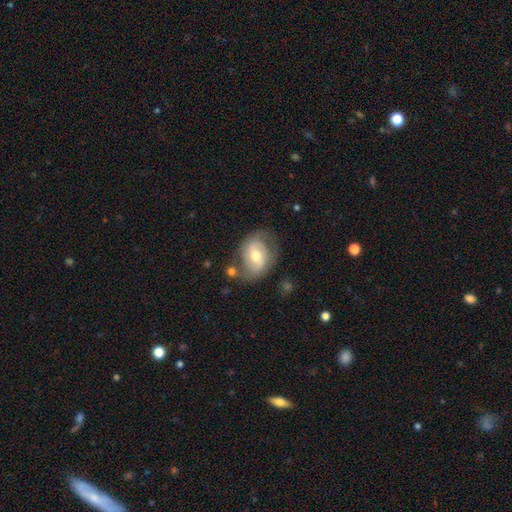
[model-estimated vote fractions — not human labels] Smooth or featured: featured or disk — 64% (smooth — 29%)
Edge-on disk: no — 96% (yes — 4%)
Bar: weak — 46% (no — 30%)
Spiral arms: yes — 77% (no — 23%)
Bulge size: moderate — 68% (small — 23%)
Merging: none — 63% (minor disturbance — 22%)